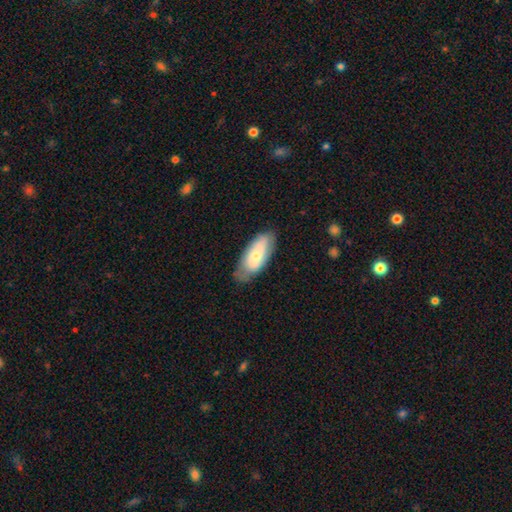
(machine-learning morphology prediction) Smooth or featured? Predicted: smooth (p=0.60). How rounded? Predicted: in between (p=0.86). Merging? Predicted: none (p=0.69).